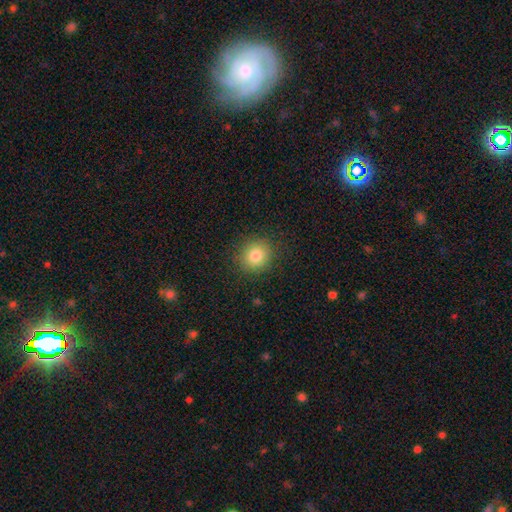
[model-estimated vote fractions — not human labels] smooth-or-featured: smooth: 82% | star or artifact: 11% | featured or disk: 7%
  how-rounded: round: 84% | in between: 15% | cigar-shaped: 1%
  merging: none: 89% | minor disturbance: 7% | major disturbance: 3% | merger: 1%